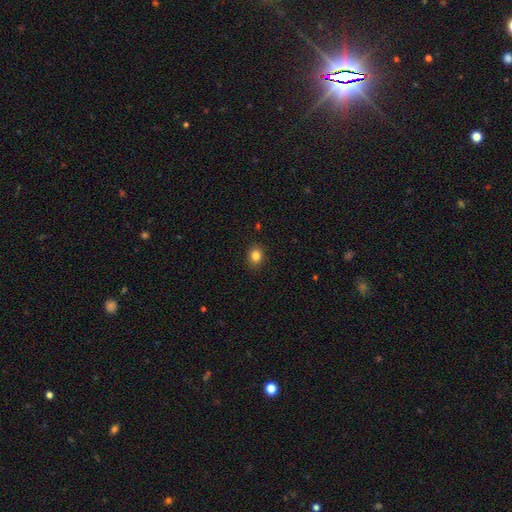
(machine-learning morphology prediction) This is clearly a smooth galaxy (84%). How rounded: likely round (61%). Merging: clearly none (89%).